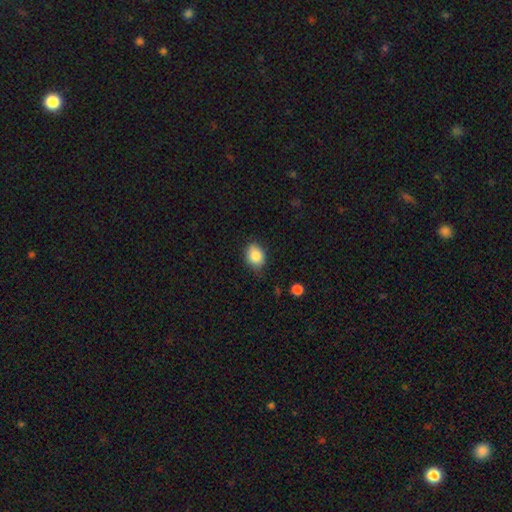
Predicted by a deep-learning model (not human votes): This appears to be a smooth galaxy with no disk features (86%) that is in between round and cigar-shaped (62%). Merging: none (74%).